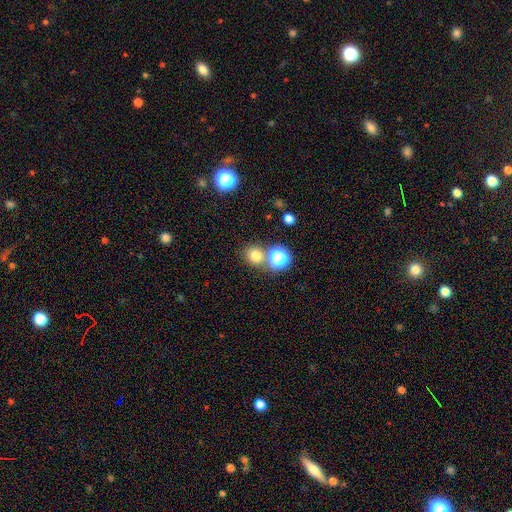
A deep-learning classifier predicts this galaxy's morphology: type=smooth (74%); roundness=round (82%); merging=none (70%).